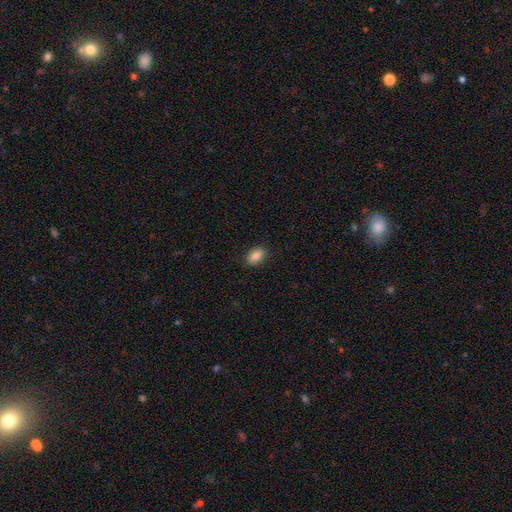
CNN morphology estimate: Q: Smooth or featured?
A: smooth (86%); runner-up: star or artifact (8%)
Q: How rounded?
A: in between (87%); runner-up: round (11%)
Q: Merging?
A: none (88%); runner-up: minor disturbance (9%)